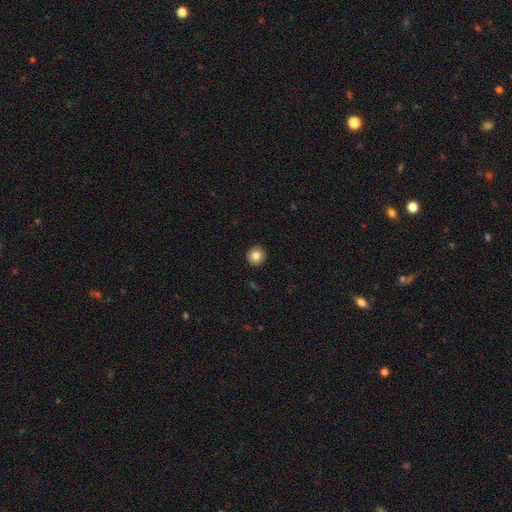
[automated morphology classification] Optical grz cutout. It shows a smooth galaxy with no disk features (84%) that is round (95%). Merging: none (92%).